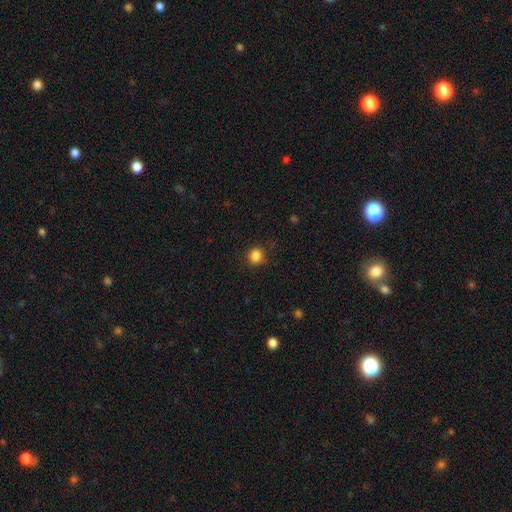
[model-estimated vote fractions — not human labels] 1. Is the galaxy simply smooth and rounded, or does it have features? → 85% smooth, 11% star or artifact, 4% featured or disk.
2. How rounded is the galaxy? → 77% round, 22% in between, 1% cigar-shaped.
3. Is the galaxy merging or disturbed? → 85% none, 11% minor disturbance, 3% major disturbance, 1% merger.